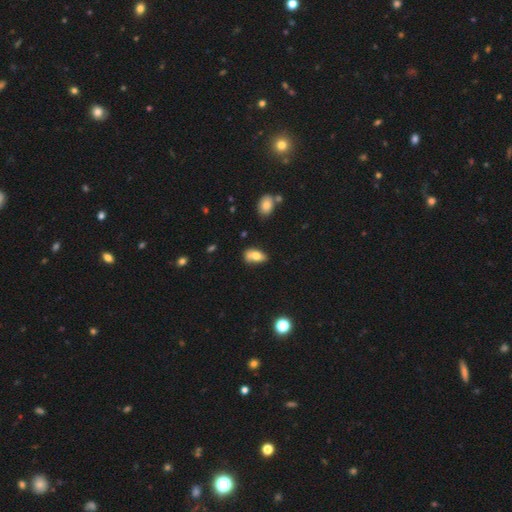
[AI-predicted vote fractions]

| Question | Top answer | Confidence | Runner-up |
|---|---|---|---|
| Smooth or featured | smooth | 73% | featured or disk (18%) |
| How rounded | in between | 88% | round (6%) |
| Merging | none | 51% | minor disturbance (30%) |